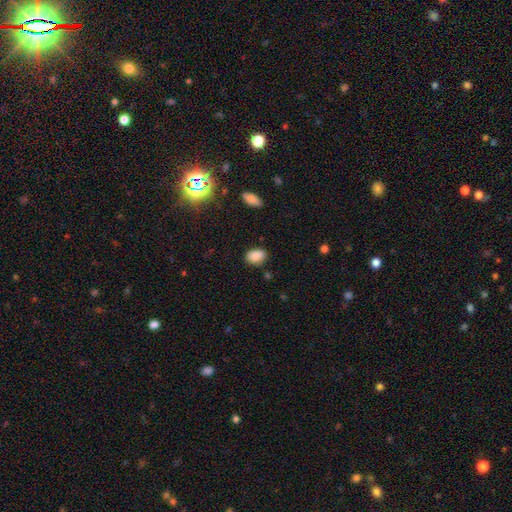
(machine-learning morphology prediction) Smooth or featured? smooth (85%)
How rounded? in between (80%)
Merging? none (79%)